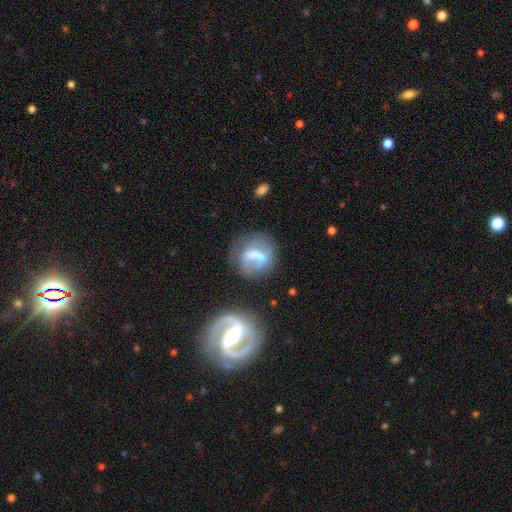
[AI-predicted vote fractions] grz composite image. It shows a featured or disk galaxy (45%, tied with smooth). Merging: none (45%).